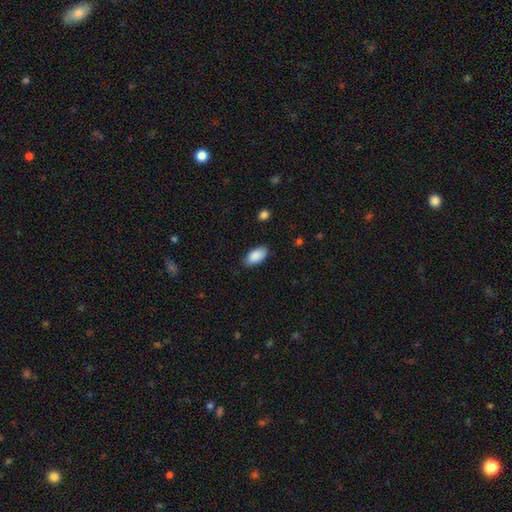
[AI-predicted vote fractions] Q: Smooth or featured?
A: smooth (89%); runner-up: star or artifact (6%)
Q: How rounded?
A: in between (93%); runner-up: cigar-shaped (4%)
Q: Merging?
A: none (83%); runner-up: minor disturbance (13%)